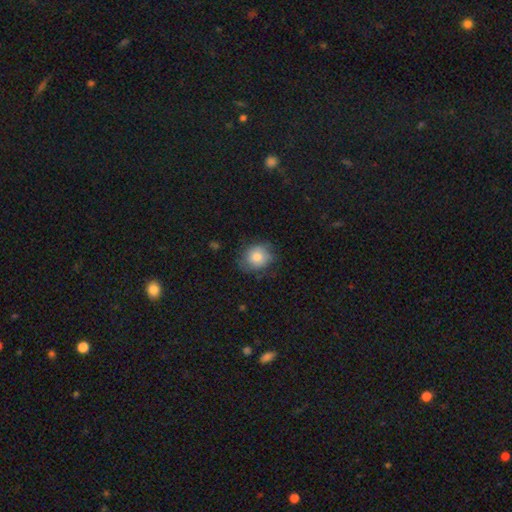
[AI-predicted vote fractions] Smooth or featured: smooth — 72% (featured or disk — 18%)
How rounded: round — 69% (in between — 30%)
Merging: none — 73% (minor disturbance — 20%)